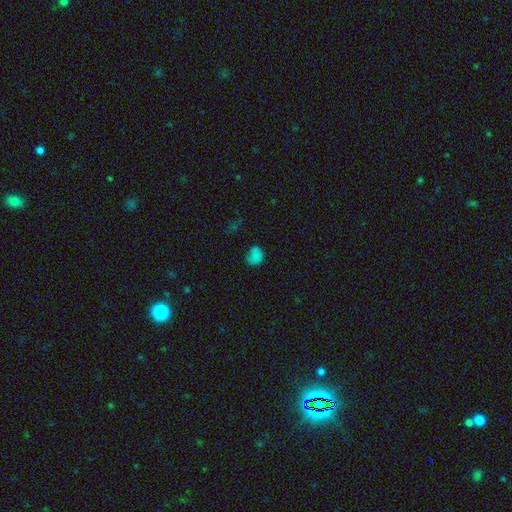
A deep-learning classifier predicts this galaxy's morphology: Smooth or featured? smooth (68%)
How rounded? round (61%)
Merging? none (62%)